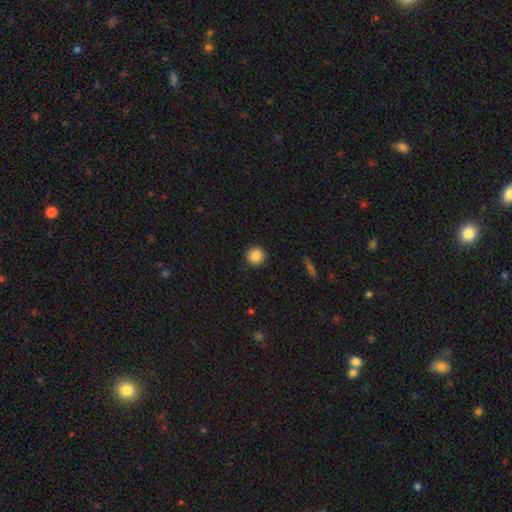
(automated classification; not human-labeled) Q: Smooth or featured?
A: smooth (86%); runner-up: star or artifact (9%)
Q: How rounded?
A: round (95%); runner-up: in between (4%)
Q: Merging?
A: none (91%); runner-up: minor disturbance (6%)